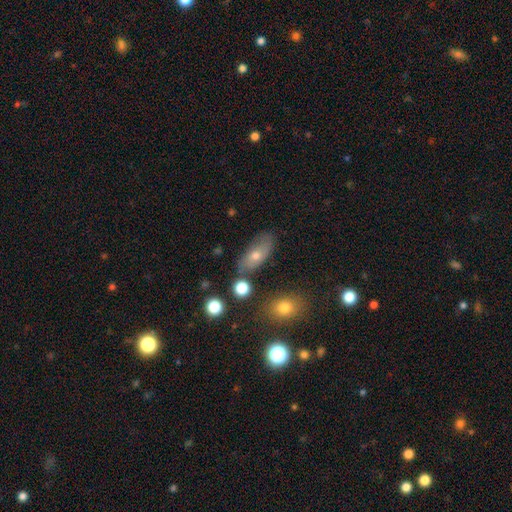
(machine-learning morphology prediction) Smooth or featured? Predicted: smooth (p=0.61). How rounded? Predicted: in between (p=0.80). Merging? Predicted: none (p=0.71).